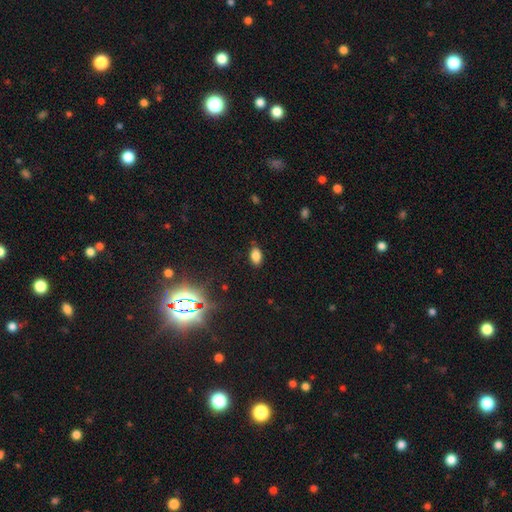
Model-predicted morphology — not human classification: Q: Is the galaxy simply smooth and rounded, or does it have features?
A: smooth — 80%.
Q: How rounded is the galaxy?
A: in between — 90%.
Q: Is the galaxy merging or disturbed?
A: none — 83%.